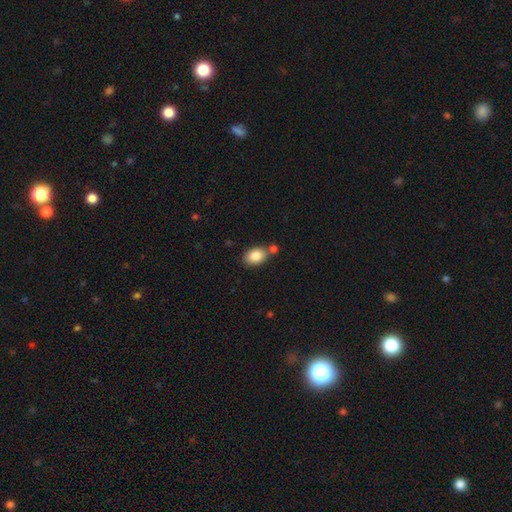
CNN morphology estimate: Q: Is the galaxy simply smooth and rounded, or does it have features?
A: smooth — 84%.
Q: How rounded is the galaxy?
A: in between — 82%.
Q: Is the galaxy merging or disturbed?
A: none — 67%.